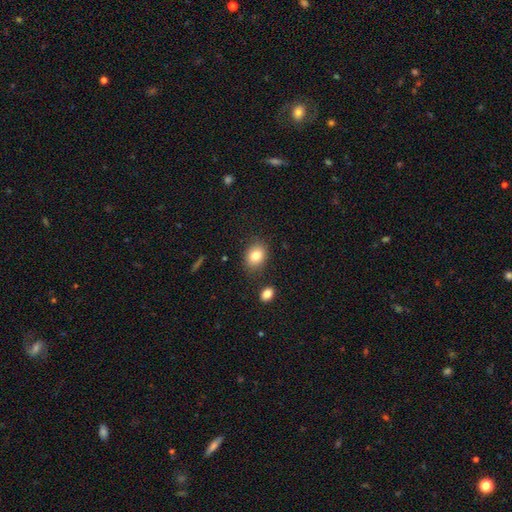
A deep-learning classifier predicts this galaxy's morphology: The model was most divided on "how rounded": in between: 57%, round: 42%, cigar-shaped: 1%. More confident: merging — none (82%); smooth or featured — smooth (82%).